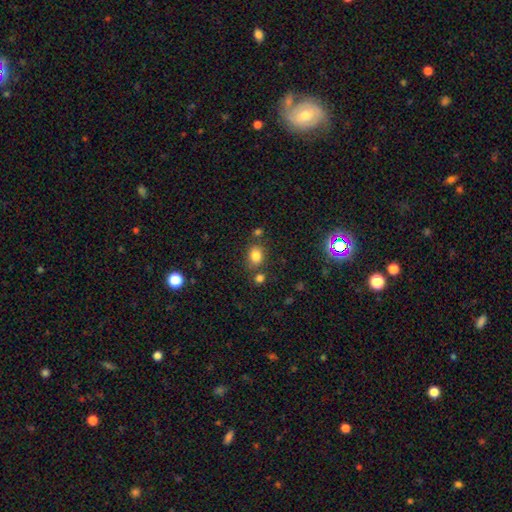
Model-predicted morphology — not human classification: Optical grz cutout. It shows a smooth galaxy with no disk features (80%) that is in between round and cigar-shaped (57%). Merging: none (69%).